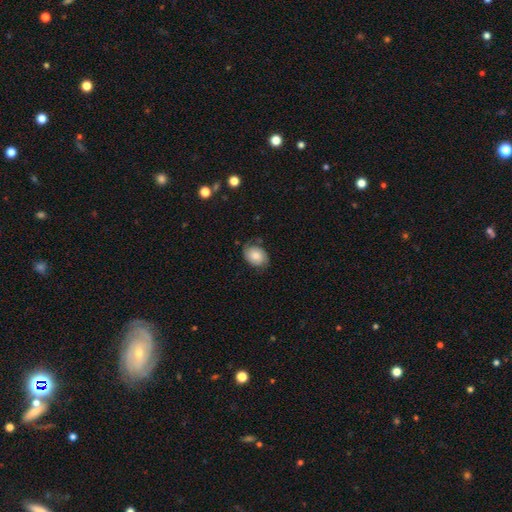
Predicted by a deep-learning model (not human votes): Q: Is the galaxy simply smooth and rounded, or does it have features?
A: smooth — 70%.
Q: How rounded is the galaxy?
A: in between — 70%.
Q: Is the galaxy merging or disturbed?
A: none — 71%.